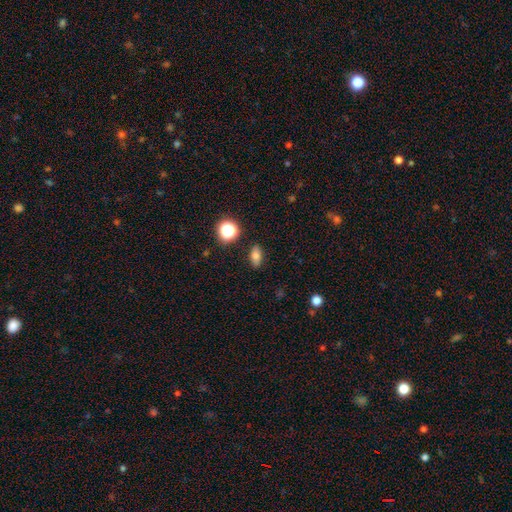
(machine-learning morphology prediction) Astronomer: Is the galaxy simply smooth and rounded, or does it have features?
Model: smooth — 73%.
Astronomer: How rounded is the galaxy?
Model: in between — 80%.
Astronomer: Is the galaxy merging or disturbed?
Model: none — 87%.